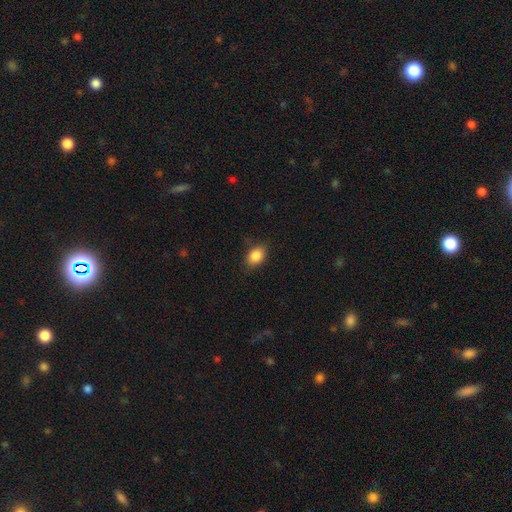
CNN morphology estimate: This is clearly a smooth galaxy (86%). How rounded: likely in between (75%). Merging: likely none (80%).